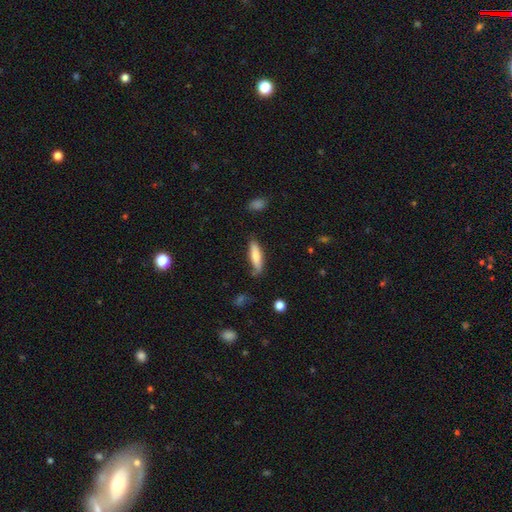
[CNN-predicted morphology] type=smooth (74%); roundness=cigar-shaped (72%); merging=none (78%).